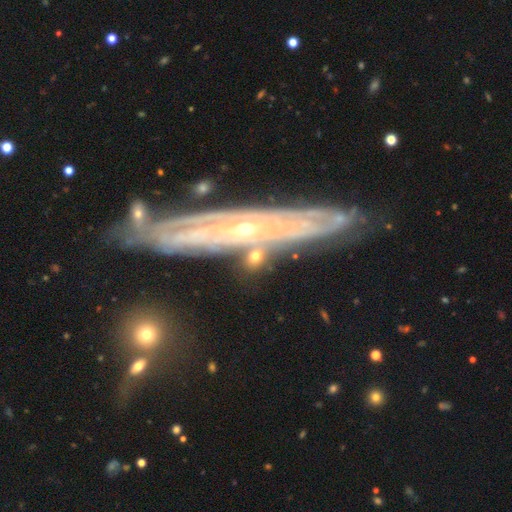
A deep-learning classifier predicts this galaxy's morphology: The model was most divided on "smooth or featured": featured or disk: 48%, smooth: 42%, star or artifact: 10%. More confident: merging — none (67%).